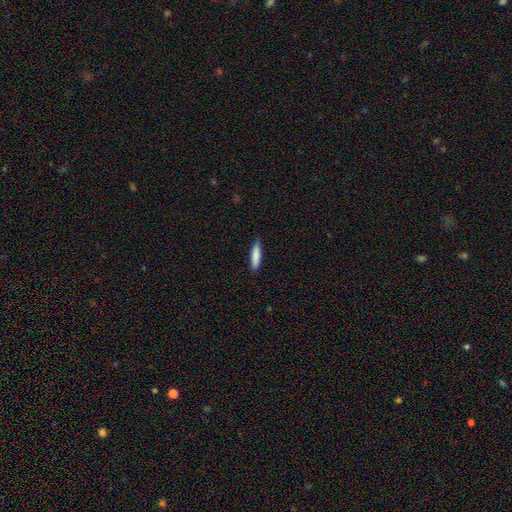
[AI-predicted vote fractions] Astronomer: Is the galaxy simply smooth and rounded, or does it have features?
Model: smooth — 84%.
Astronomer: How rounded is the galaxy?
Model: cigar-shaped — 81%.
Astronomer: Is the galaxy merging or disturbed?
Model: none — 86%.